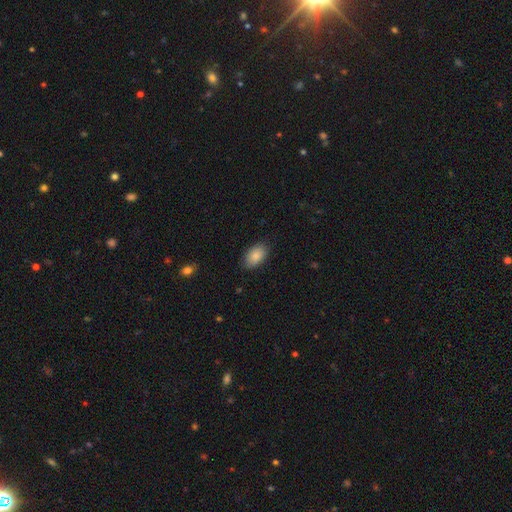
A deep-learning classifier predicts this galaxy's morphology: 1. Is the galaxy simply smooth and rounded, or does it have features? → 87% smooth, 7% star or artifact, 6% featured or disk.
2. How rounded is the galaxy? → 92% in between, 6% round, 1% cigar-shaped.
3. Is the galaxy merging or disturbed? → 85% none, 11% minor disturbance, 3% major disturbance, 1% merger.